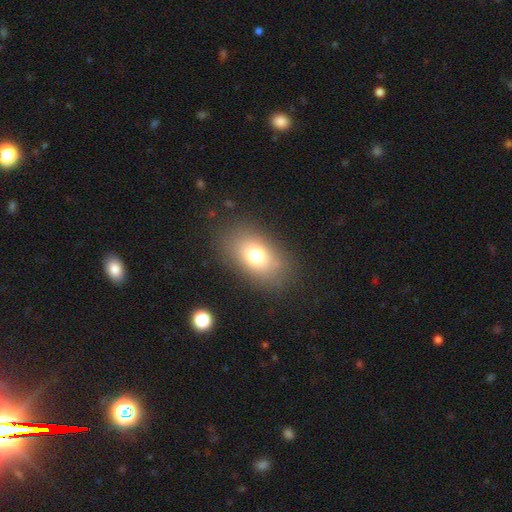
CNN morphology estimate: Smooth or featured? Predicted: smooth (p=0.72). How rounded? Predicted: in between (p=0.82). Merging? Predicted: none (p=0.83).